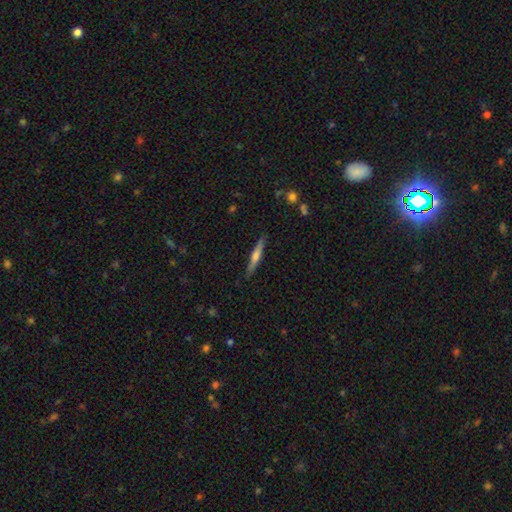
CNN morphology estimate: The model was most divided on "smooth or featured": featured or disk: 51%, smooth: 43%, star or artifact: 6%. More confident: edge-on disk — yes (96%); merging — none (89%).